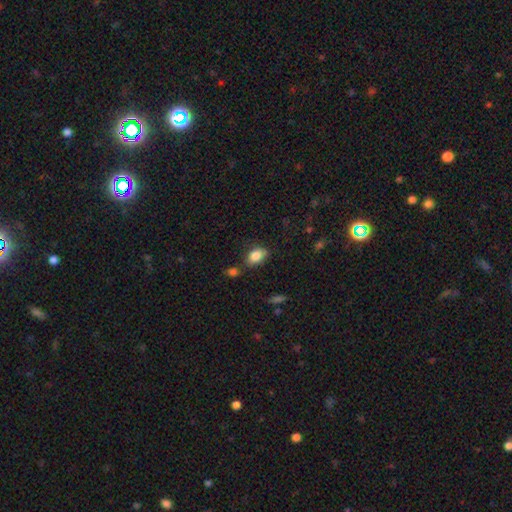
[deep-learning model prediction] Smooth or featured: smooth — 83% (featured or disk — 9%)
How rounded: in between — 82% (round — 16%)
Merging: none — 63% (minor disturbance — 23%)